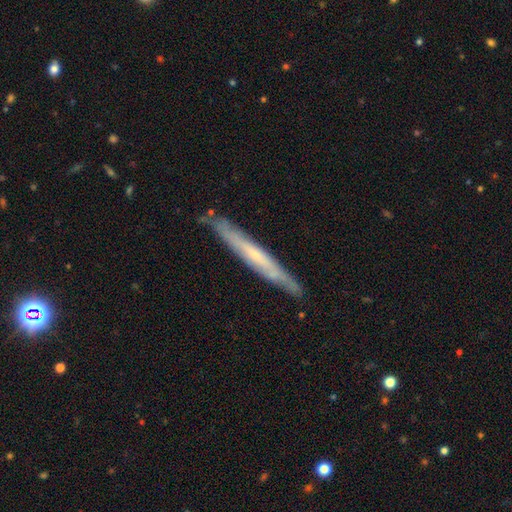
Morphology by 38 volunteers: This appears to be a featured or disk galaxy (63%) viewed edge-on (92%) with no central bulge (82%). Merging: none (76%).